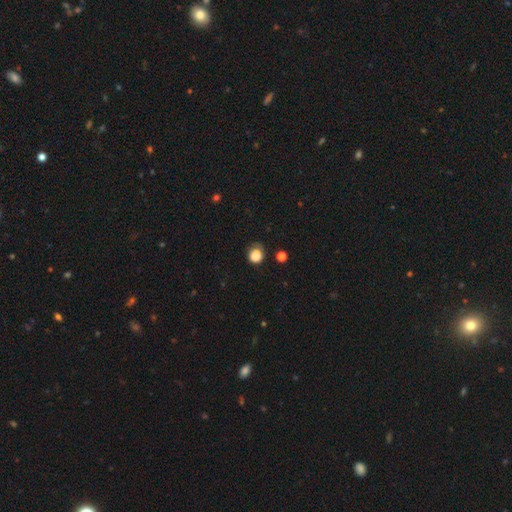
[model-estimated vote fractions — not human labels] A smooth galaxy with no disk features (83%) that is round (80%).

Vote fractions:
- Smooth or featured? smooth: 83% / star or artifact: 11% / featured or disk: 6%
- How rounded? round: 80% / in between: 19% / cigar-shaped: 1%
- Merging? none: 61% / minor disturbance: 26% / major disturbance: 10% / merger: 3%